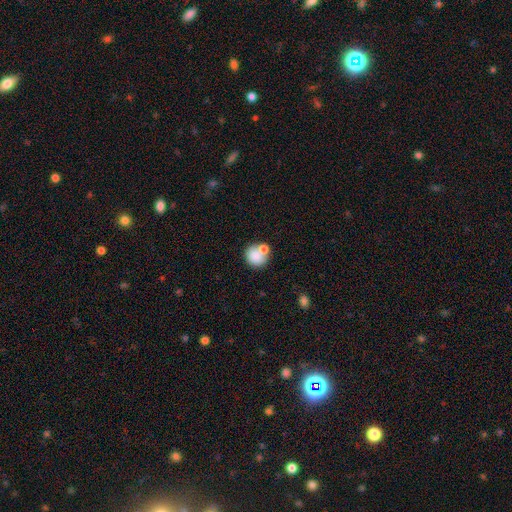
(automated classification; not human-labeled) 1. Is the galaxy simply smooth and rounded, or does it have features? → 81% smooth, 10% featured or disk, 9% star or artifact.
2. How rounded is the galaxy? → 85% round, 14% in between, 1% cigar-shaped.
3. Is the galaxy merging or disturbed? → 56% none, 28% merger, 11% minor disturbance, 4% major disturbance.